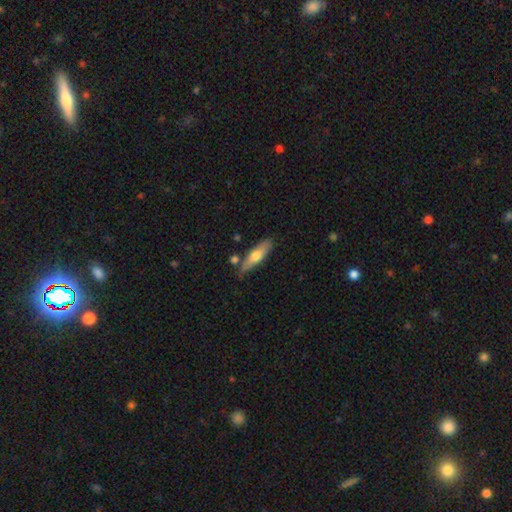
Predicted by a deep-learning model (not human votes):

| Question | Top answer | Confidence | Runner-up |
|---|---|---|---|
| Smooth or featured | smooth | 59% | featured or disk (35%) |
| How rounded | cigar-shaped | 63% | in between (35%) |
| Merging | none | 71% | minor disturbance (18%) |